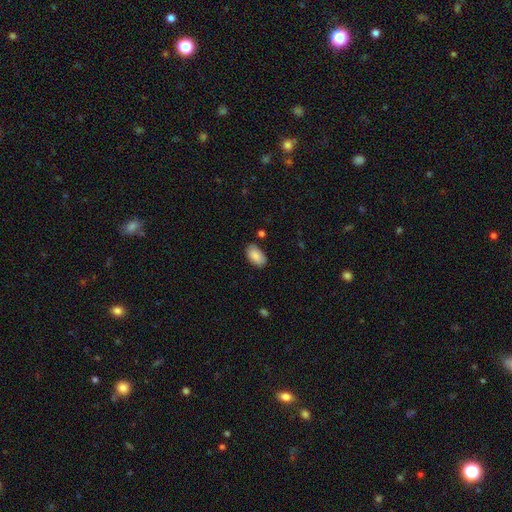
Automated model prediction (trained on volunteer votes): This appears to be a smooth galaxy with no disk features (87%) that is in between round and cigar-shaped (95%). Merging: none (82%).